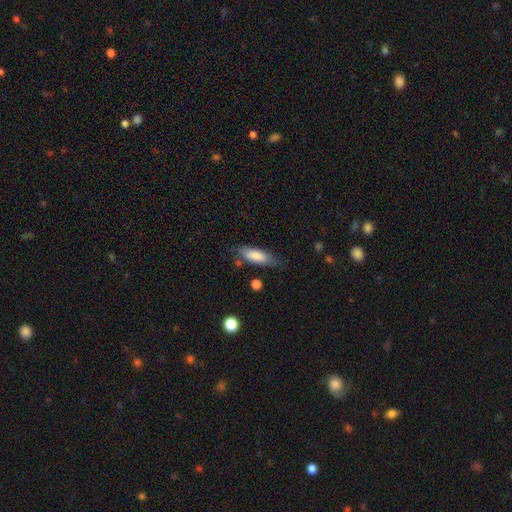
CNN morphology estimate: Smooth or featured?
  - smooth: 81% *
  - featured or disk: 12%
  - star or artifact: 6%
How rounded?
  - in between: 61% *
  - cigar-shaped: 37%
  - round: 2%
Merging?
  - none: 70% *
  - minor disturbance: 21%
  - major disturbance: 5%
  - merger: 4%